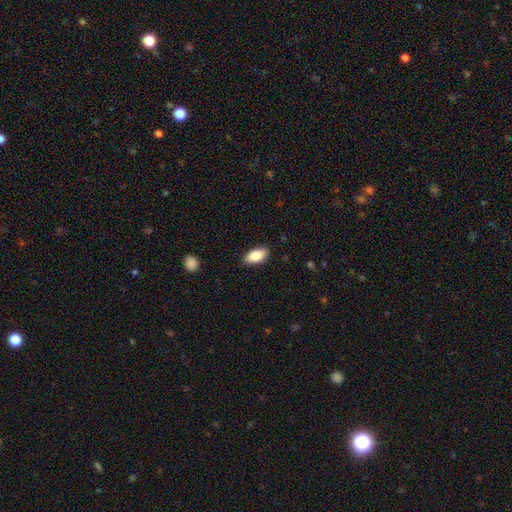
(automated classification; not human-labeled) This is clearly a smooth galaxy (83%). How rounded: clearly in between (91%). Merging: clearly none (88%).